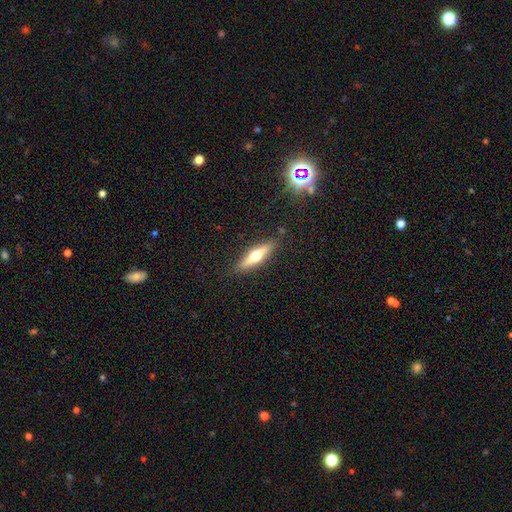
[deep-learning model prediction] Q: Smooth or featured?
A: featured or disk (53%); runner-up: smooth (41%)
Q: Edge-on disk?
A: yes (92%); runner-up: no (8%)
Q: Merging?
A: none (88%); runner-up: minor disturbance (8%)